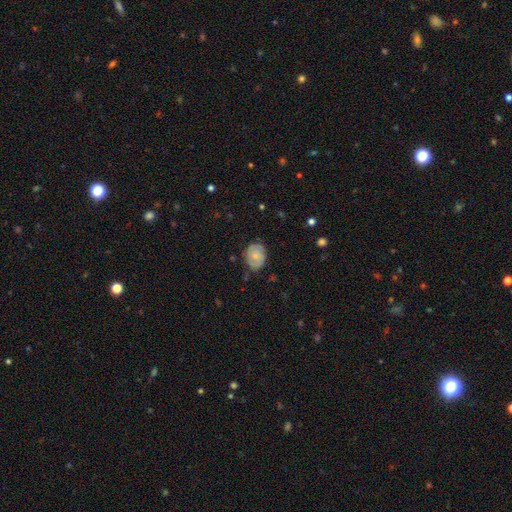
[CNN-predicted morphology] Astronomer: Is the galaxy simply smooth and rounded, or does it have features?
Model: smooth — 50% (runner-up: featured or disk, 43%).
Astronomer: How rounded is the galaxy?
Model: in between — 60% (runner-up: round, 39%).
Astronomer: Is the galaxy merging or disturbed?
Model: none — 74%.